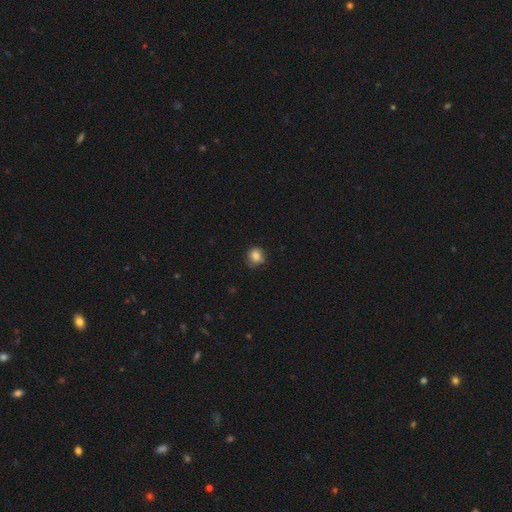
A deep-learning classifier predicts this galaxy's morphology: This appears to be a smooth galaxy with no disk features (81%) that is round (75%). Merging: none (69%).